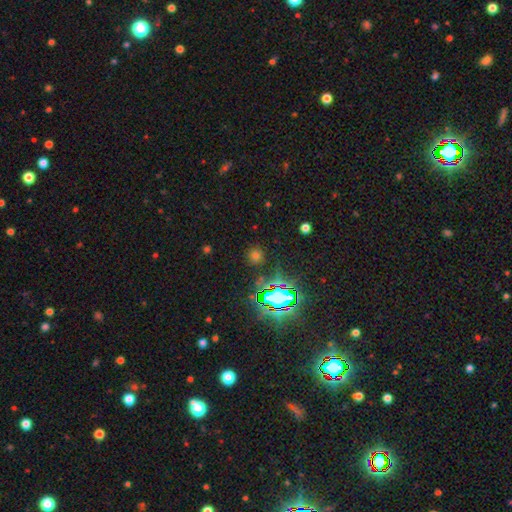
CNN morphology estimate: Smooth or featured? smooth (49%)
Merging? none (86%)